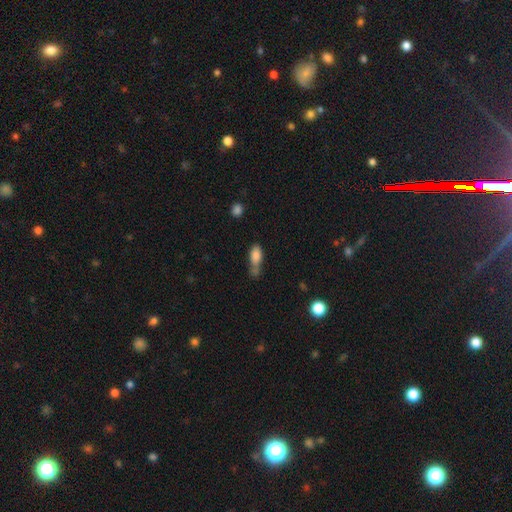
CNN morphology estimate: smooth-or-featured: smooth: 81% | featured or disk: 10% | star or artifact: 9%
  how-rounded: in between: 80% | cigar-shaped: 15% | round: 5%
  merging: none: 33% | minor disturbance: 27% | merger: 25% | major disturbance: 16%